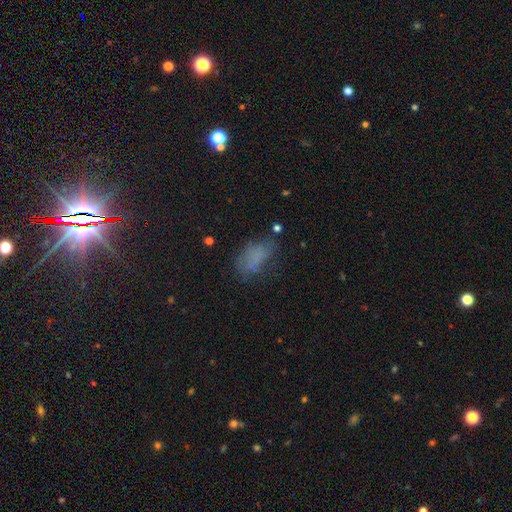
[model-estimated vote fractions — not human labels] A smooth galaxy with no disk features (61%) that is in between round and cigar-shaped (87%). Merging: none (46%).